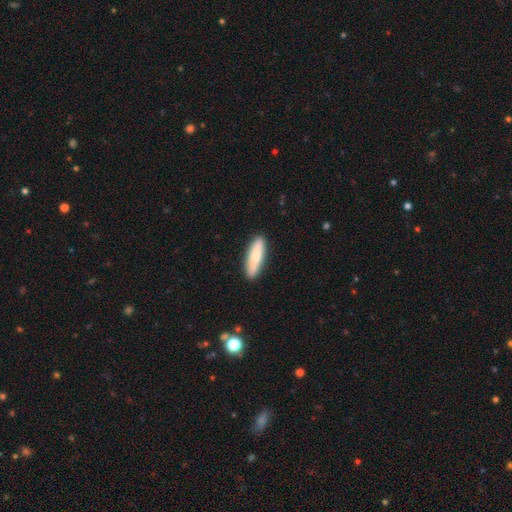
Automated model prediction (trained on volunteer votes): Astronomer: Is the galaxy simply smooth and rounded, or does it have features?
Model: smooth — 77%.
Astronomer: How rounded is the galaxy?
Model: cigar-shaped — 65%.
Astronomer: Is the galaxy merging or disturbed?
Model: none — 89%.